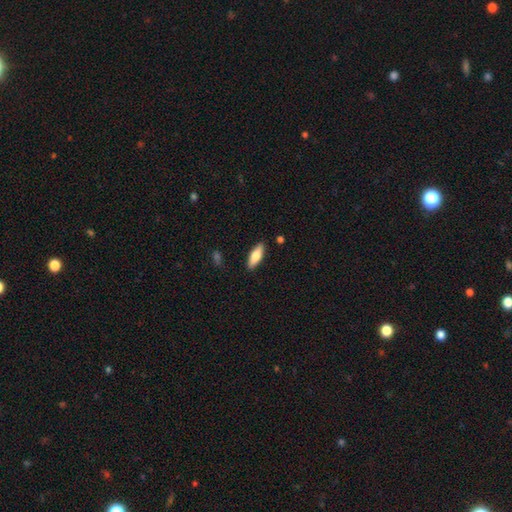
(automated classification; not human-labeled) smooth-or-featured: smooth: 72% | featured or disk: 23% | star or artifact: 6%
  how-rounded: in between: 61% | cigar-shaped: 37% | round: 2%
  merging: none: 88% | minor disturbance: 9% | major disturbance: 2% | merger: 2%